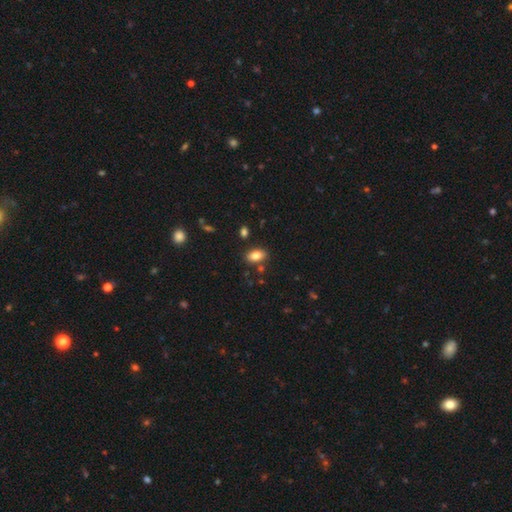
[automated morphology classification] Q: Smooth or featured?
A: smooth (83%); runner-up: star or artifact (9%)
Q: How rounded?
A: in between (90%); runner-up: round (7%)
Q: Merging?
A: none (82%); runner-up: minor disturbance (10%)